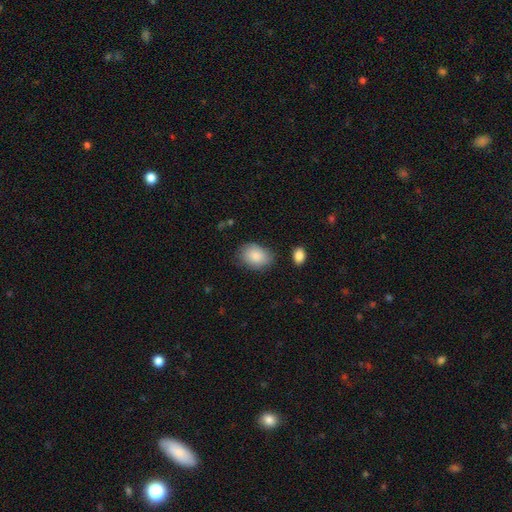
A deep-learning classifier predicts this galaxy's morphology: Q: Smooth or featured?
A: smooth (86%); runner-up: featured or disk (7%)
Q: How rounded?
A: in between (73%); runner-up: round (26%)
Q: Merging?
A: none (75%); runner-up: minor disturbance (18%)